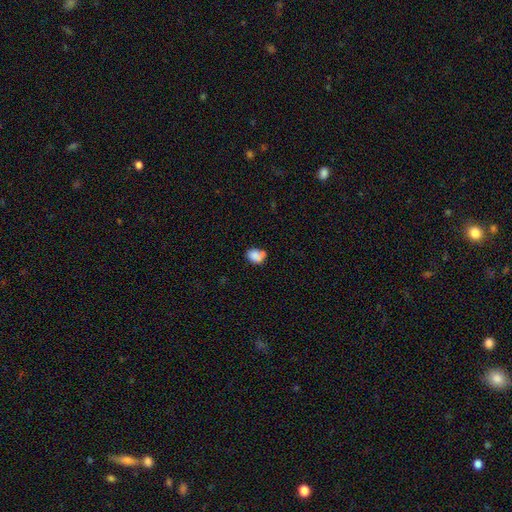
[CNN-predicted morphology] smooth_or_featured: smooth (p=0.81) [alt: featured or disk p=0.10]
how_rounded: in between (p=0.63) [alt: round p=0.36]
merging: none (p=0.44) [alt: merger p=0.27]